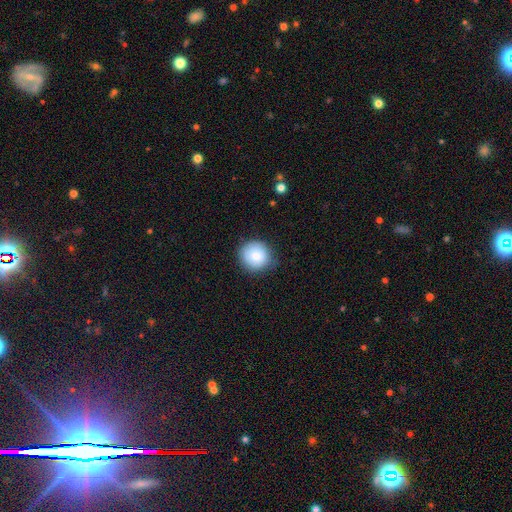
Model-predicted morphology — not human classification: smooth_or_featured: smooth (p=0.83) [alt: featured or disk p=0.09]
how_rounded: round (p=0.92) [alt: in between p=0.07]
merging: none (p=0.82) [alt: minor disturbance p=0.14]